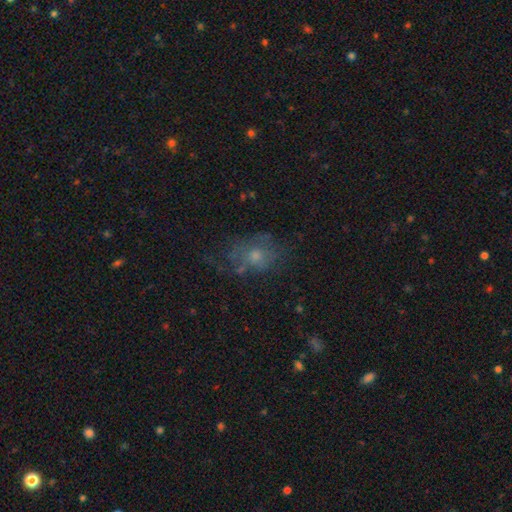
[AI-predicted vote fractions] A smooth galaxy with no disk features (48%).

Vote fractions:
- Smooth or featured? smooth: 48% / featured or disk: 38% / star or artifact: 14%
- Merging? none: 48% / minor disturbance: 25% / major disturbance: 24% / merger: 4%